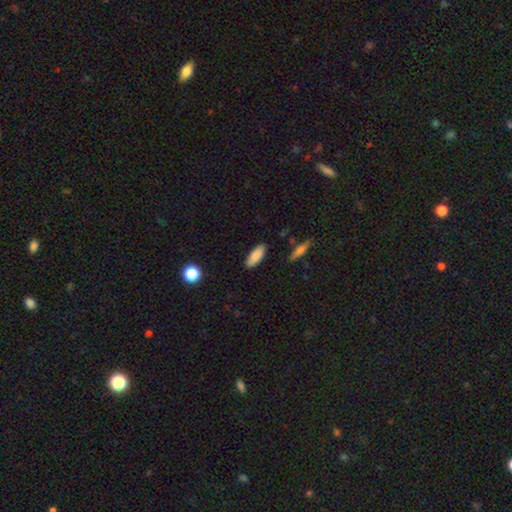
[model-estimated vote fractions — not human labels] smooth 85%, featured or disk 9%, star or artifact 7%. Down the decision tree: how rounded — in between (76%); merging — none (86%).